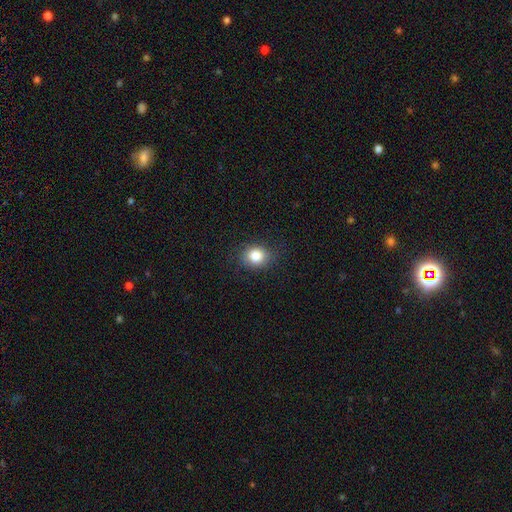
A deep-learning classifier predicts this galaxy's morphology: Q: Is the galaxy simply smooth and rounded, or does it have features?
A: smooth — 85%.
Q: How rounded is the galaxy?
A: round — 66%.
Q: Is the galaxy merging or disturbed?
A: none — 82%.